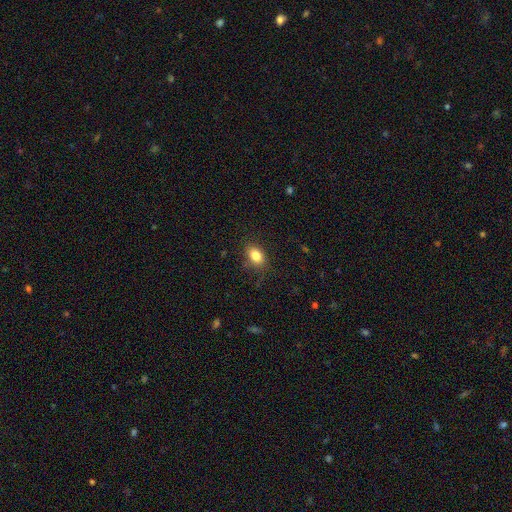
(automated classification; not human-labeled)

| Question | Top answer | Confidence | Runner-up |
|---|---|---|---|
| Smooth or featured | smooth | 84% | star or artifact (9%) |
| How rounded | in between | 80% | round (19%) |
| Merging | none | 82% | minor disturbance (13%) |